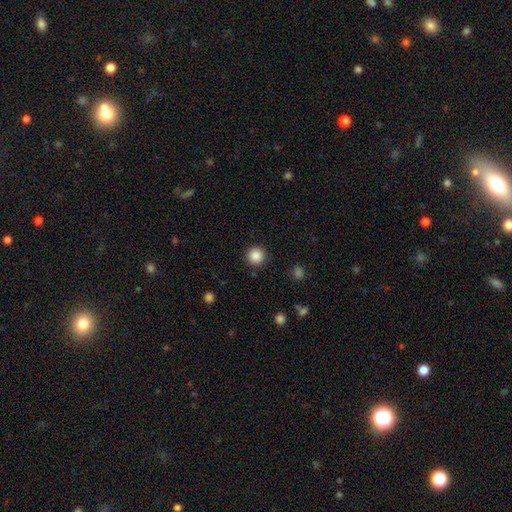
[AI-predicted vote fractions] A smooth galaxy with no disk features (87%) that is round (96%). Merging: none (91%).